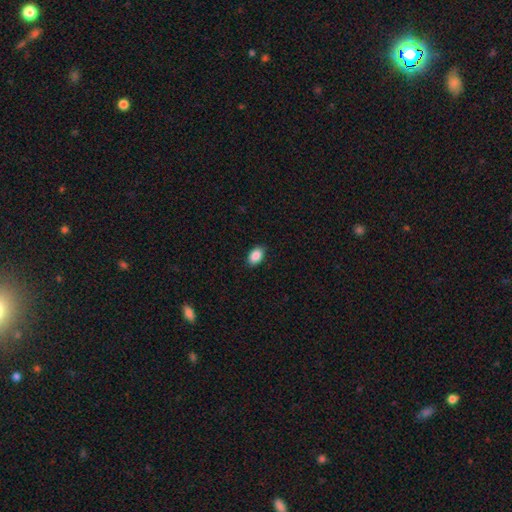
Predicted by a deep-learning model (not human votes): The model was most divided on "how rounded": in between: 88%, round: 11%, cigar-shaped: 1%. More confident: merging — none (89%); smooth or featured — smooth (88%).